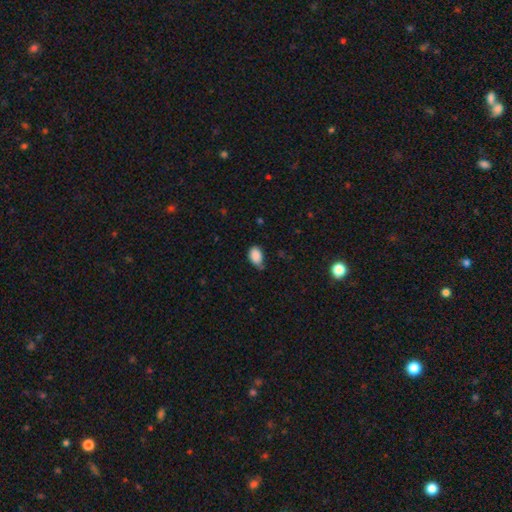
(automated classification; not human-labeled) The model was most divided on "merging": none: 62%, minor disturbance: 30%, major disturbance: 5%, merger: 3%. More confident: smooth or featured — smooth (88%); how rounded — in between (87%).